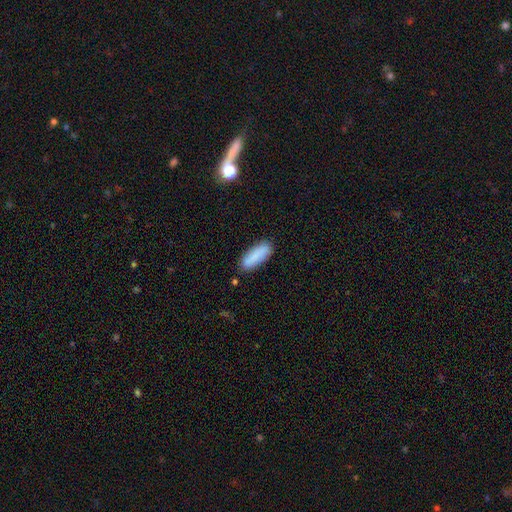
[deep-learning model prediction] Morphology: type=smooth (85%); roundness=in between (54%); merging=none (83%).